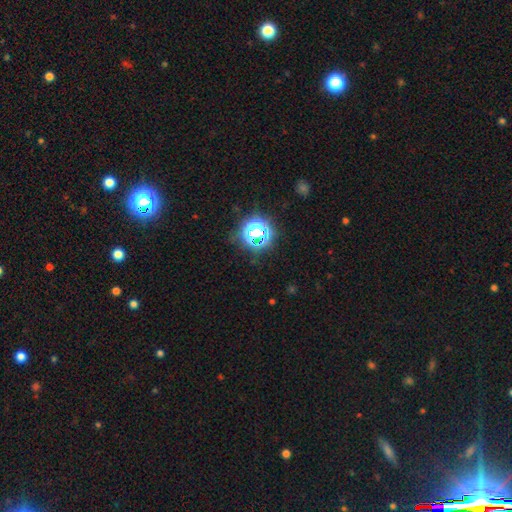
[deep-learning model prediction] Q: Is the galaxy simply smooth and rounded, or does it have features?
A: star or artifact — 75%.